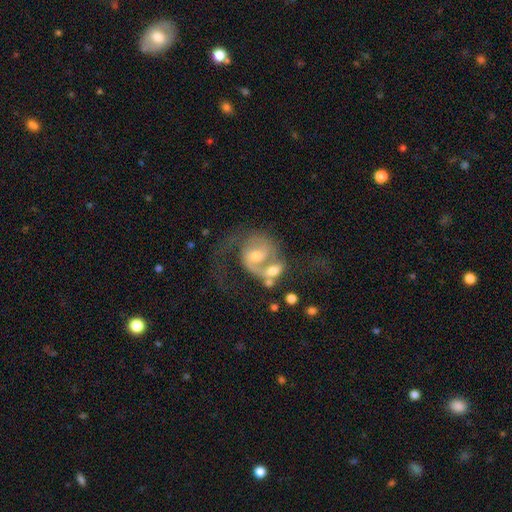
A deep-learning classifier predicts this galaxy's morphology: type=featured or disk (82%); edge-on=no (98%); bar=no (49%); spiral arms=yes (93%); winding=medium (47%); arm count=2 (59%); bulge=moderate (54%); merging=merger (37%).